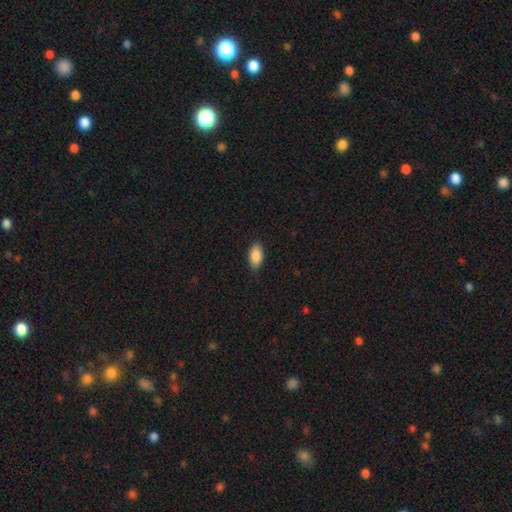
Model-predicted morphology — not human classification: Overall: smooth (88%). How rounded: in between (92%). Merging: none (84%).